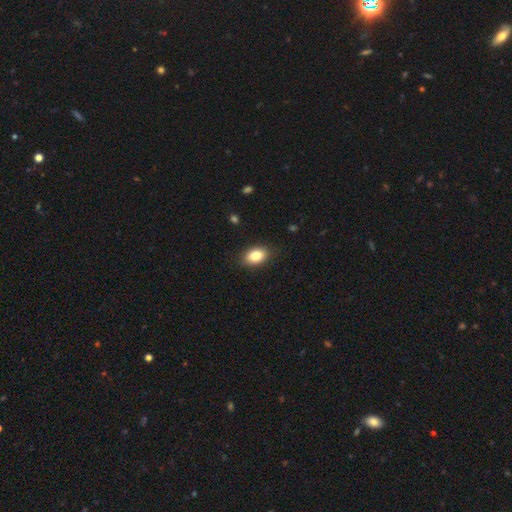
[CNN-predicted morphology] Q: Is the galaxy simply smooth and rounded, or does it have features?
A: smooth — 85%.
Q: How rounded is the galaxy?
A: in between — 86%.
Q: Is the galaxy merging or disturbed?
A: none — 87%.